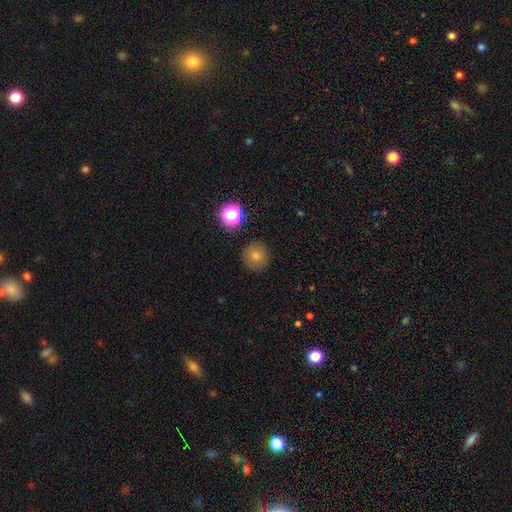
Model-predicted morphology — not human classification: A smooth galaxy with no disk features (77%) that is round (93%). Merging: none (89%).